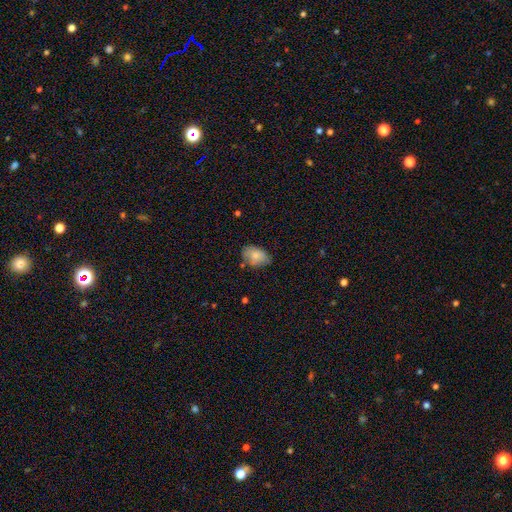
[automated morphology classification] A smooth galaxy with no disk features (80%) that is in between round and cigar-shaped (84%).

Vote fractions:
- Smooth or featured? smooth: 80% / featured or disk: 13% / star or artifact: 7%
- How rounded? in between: 84% / round: 14% / cigar-shaped: 1%
- Merging? none: 65% / minor disturbance: 26% / major disturbance: 5% / merger: 4%